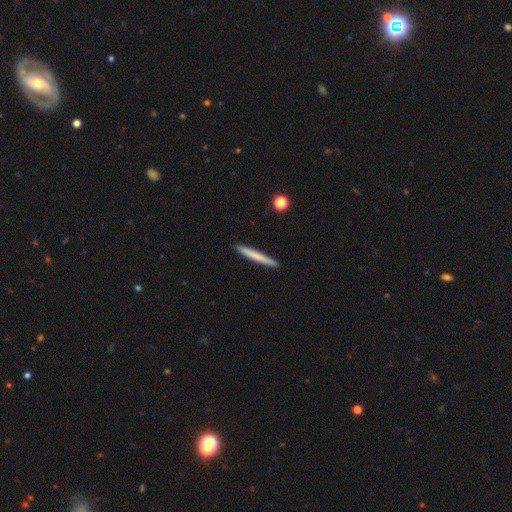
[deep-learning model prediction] Overall: smooth (70%). How rounded: cigar-shaped (97%). Merging: none (93%).